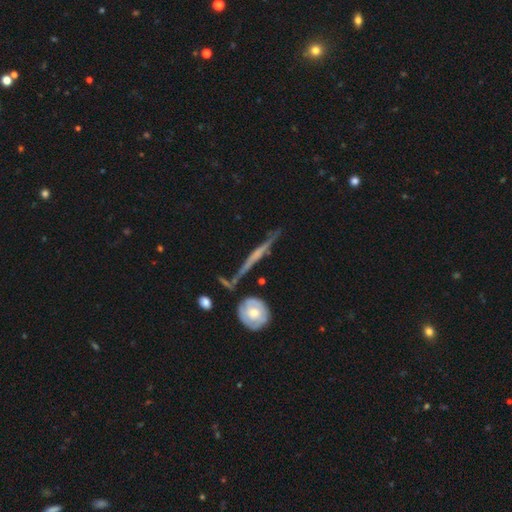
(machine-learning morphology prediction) Q: Smooth or featured?
A: featured or disk (70%); runner-up: smooth (23%)
Q: Edge-on disk?
A: yes (88%); runner-up: no (12%)
Q: Edge-on bulge?
A: none (56%); runner-up: rounded (28%)
Q: Merging?
A: none (70%); runner-up: minor disturbance (18%)